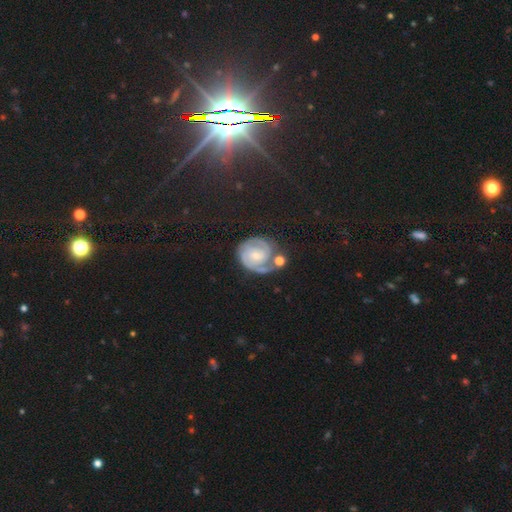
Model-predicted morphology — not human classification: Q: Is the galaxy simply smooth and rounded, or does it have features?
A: featured or disk — 77%.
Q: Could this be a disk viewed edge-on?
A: no — 98%.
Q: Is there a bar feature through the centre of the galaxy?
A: no — 53%.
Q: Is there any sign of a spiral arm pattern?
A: yes — 95%.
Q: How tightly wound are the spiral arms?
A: tight — 65%.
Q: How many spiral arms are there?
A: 2 — 67%.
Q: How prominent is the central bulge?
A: small — 60%.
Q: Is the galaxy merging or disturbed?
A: none — 59%.